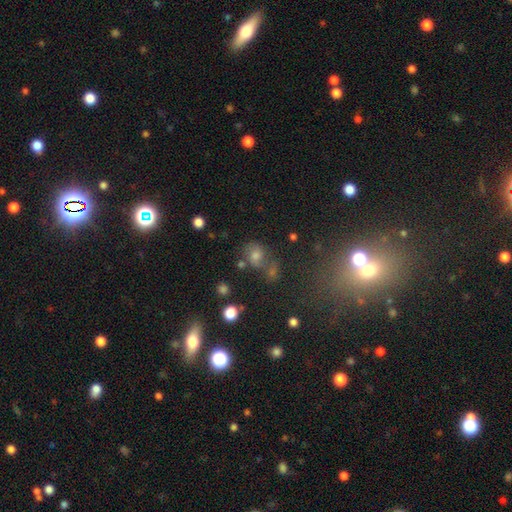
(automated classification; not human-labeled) Smooth or featured: smooth — 54% (star or artifact — 29%)
How rounded: round — 62% (in between — 36%)
Merging: none — 55% (merger — 20%)